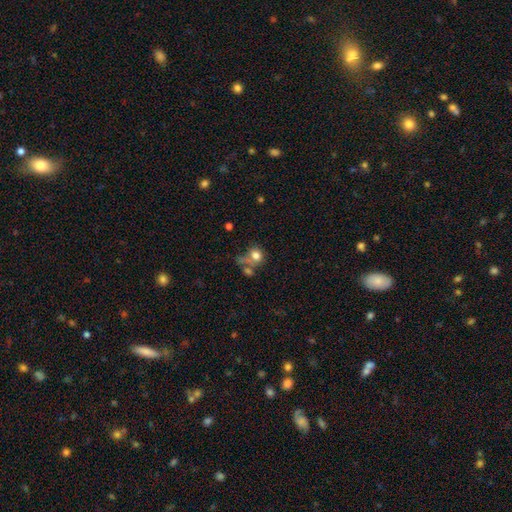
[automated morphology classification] A smooth galaxy with no disk features (75%) that is round (62%). Merging: none (37%).